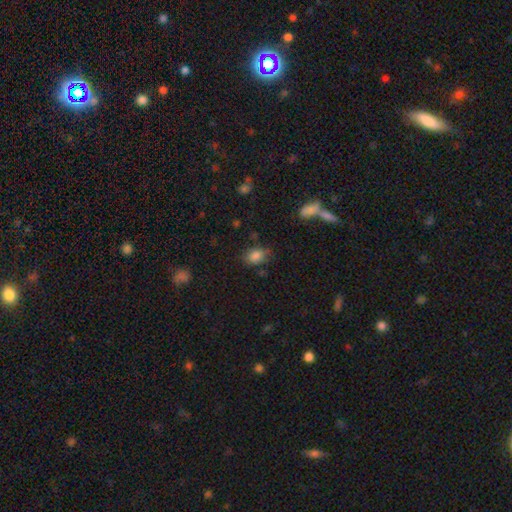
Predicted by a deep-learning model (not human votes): The model was most divided on "merging": none: 71%, minor disturbance: 20%, major disturbance: 5%, merger: 3%. More confident: smooth or featured — smooth (83%); how rounded — in between (76%).